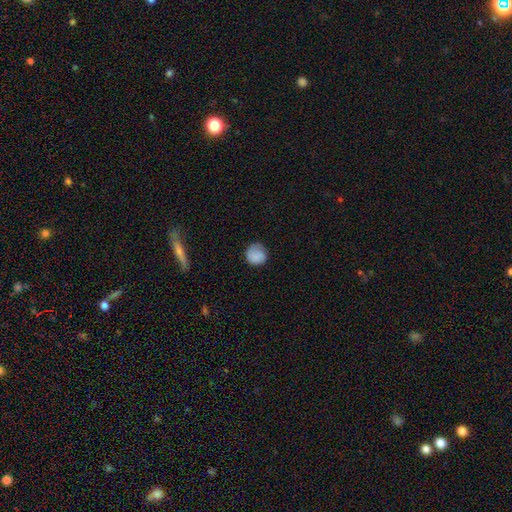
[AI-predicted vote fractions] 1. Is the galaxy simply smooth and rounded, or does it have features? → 84% smooth, 8% star or artifact, 8% featured or disk.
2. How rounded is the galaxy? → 88% round, 11% in between, 1% cigar-shaped.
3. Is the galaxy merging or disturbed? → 72% none, 21% minor disturbance, 6% major disturbance, 1% merger.